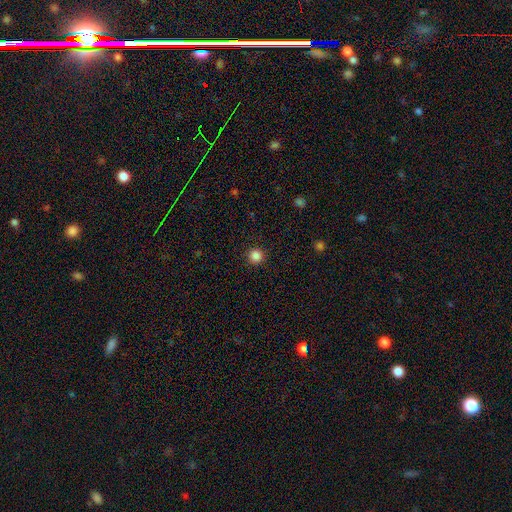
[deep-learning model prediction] Smooth or featured? smooth (86%)
How rounded? round (96%)
Merging? none (92%)